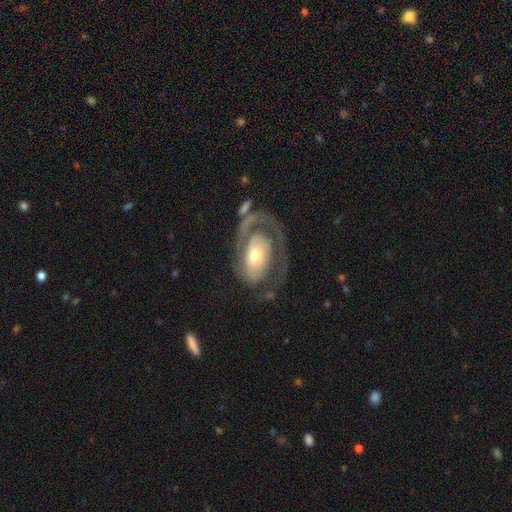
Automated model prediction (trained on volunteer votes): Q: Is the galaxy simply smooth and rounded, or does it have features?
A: featured or disk — 72%.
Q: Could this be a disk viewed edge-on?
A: no — 94%.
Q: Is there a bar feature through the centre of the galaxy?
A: no — 71%.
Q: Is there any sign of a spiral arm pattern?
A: yes — 73%.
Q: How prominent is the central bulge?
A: moderate — 56%.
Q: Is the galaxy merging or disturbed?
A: none — 41%.